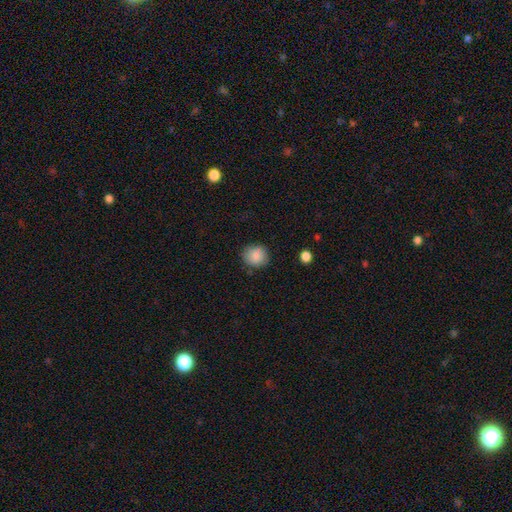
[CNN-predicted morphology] smooth 87%, star or artifact 8%, featured or disk 4%. Down the decision tree: how rounded — round (80%); merging — none (83%).